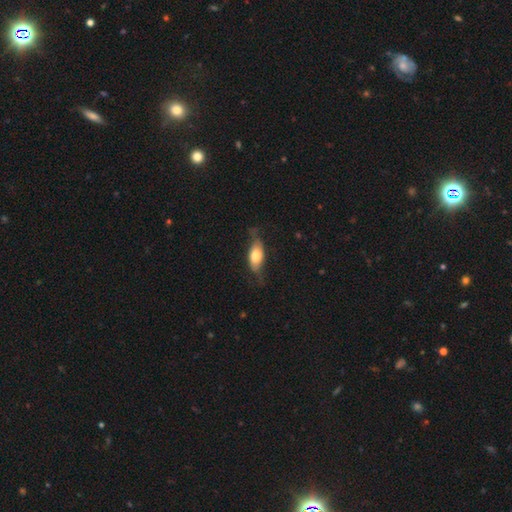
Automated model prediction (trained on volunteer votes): Morphology: type=smooth (65%); roundness=in between (83%); merging=none (56%).